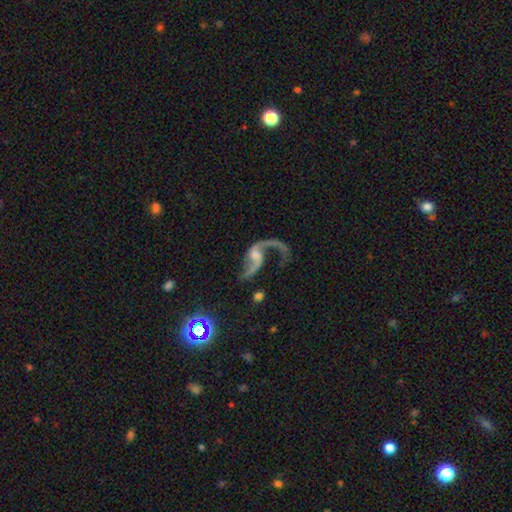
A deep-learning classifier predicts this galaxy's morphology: A featured or disk galaxy (90%) with no bar (48%), 2 (89%) loose (87%) spiral arms (96%) and a small central bulge (47%). Merging: none (55%).